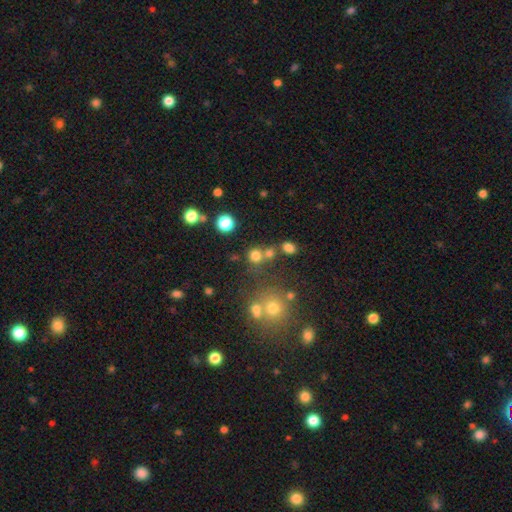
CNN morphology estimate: This appears to be a smooth galaxy with no disk features (74%) that is round (89%). Merging: none (64%).